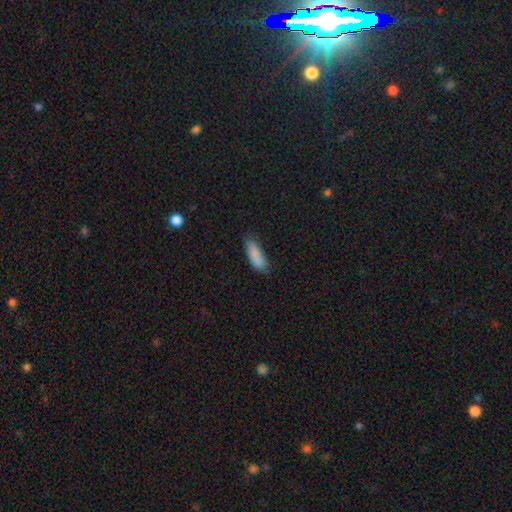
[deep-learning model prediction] Overall: smooth (86%). How rounded: in between (67%; cigar-shaped 31%). Merging: none (74%).